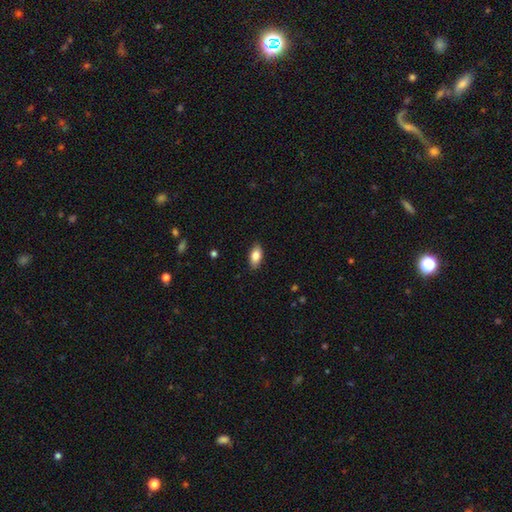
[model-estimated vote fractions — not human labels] smooth-or-featured: smooth: 83% | featured or disk: 10% | star or artifact: 7%
  how-rounded: in between: 91% | cigar-shaped: 5% | round: 4%
  merging: none: 88% | minor disturbance: 9% | major disturbance: 2% | merger: 1%